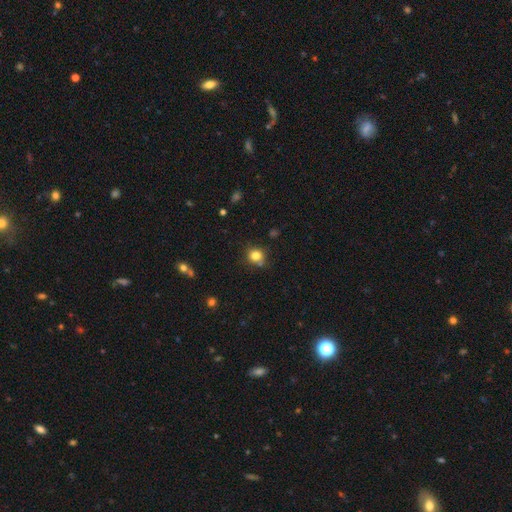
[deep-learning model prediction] Smooth or featured? Predicted: smooth (p=0.80). How rounded? Predicted: round (p=0.86). Merging? Predicted: none (p=0.75).